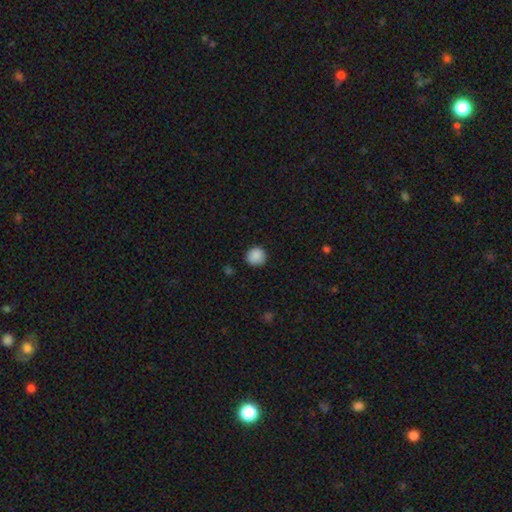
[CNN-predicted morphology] smooth 88%, star or artifact 9%, featured or disk 3%. Down the decision tree: how rounded — round (93%); merging — none (88%).